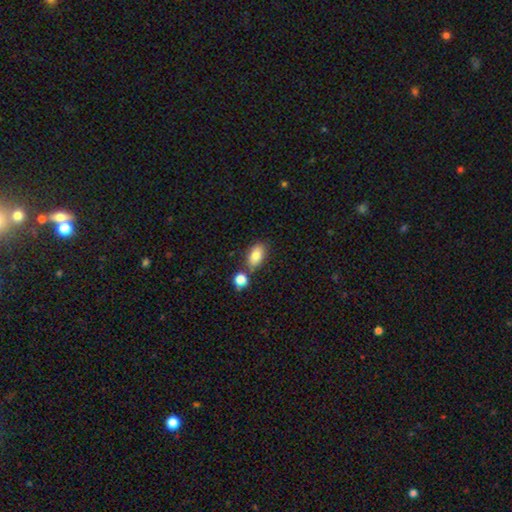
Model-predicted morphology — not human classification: Smooth or featured? smooth (83%)
How rounded? in between (88%)
Merging? none (66%)